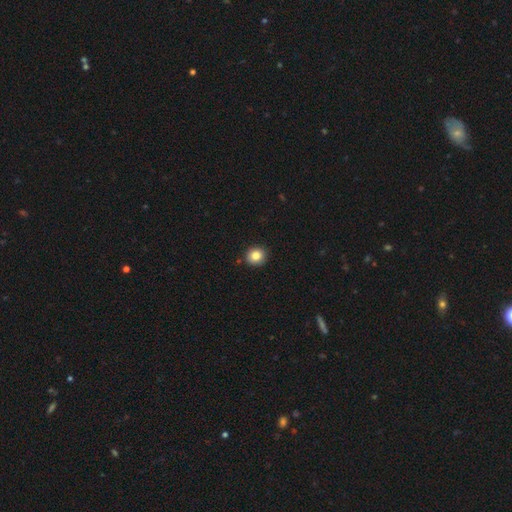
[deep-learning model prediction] smooth_or_featured: smooth (p=0.84) [alt: star or artifact p=0.10]
how_rounded: round (p=0.84) [alt: in between p=0.15]
merging: none (p=0.90) [alt: minor disturbance p=0.07]